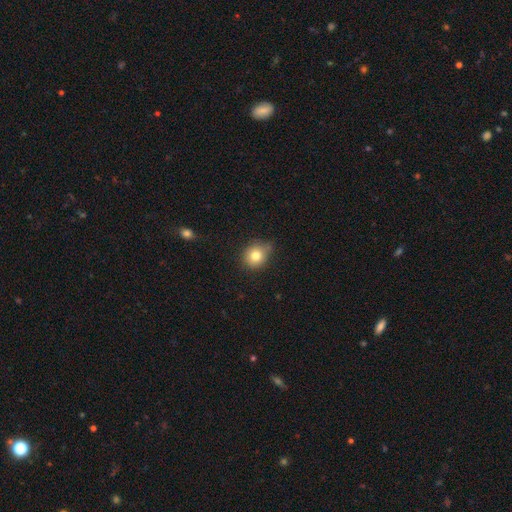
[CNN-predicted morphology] smooth 79%, star or artifact 12%, featured or disk 9%. Down the decision tree: how rounded — round (77%); merging — none (68%).